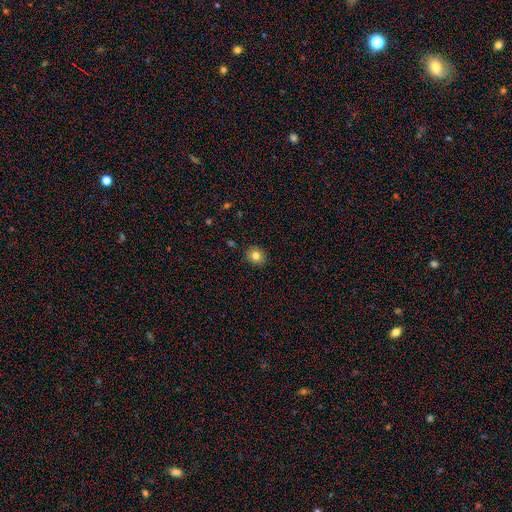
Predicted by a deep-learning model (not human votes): Smooth or featured: smooth — 81% (star or artifact — 11%)
How rounded: round — 78% (in between — 21%)
Merging: none — 90% (minor disturbance — 7%)